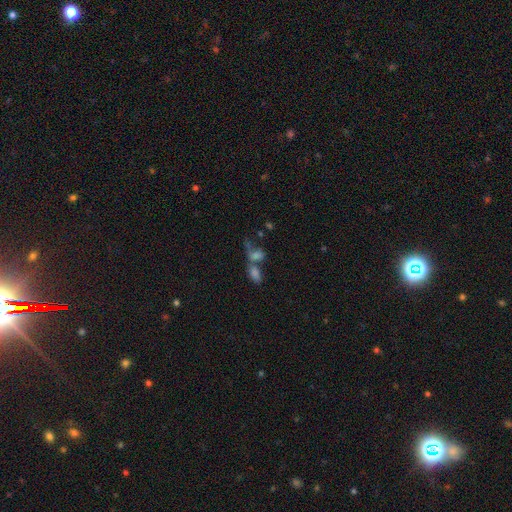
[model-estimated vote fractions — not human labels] This appears to be a smooth galaxy with no disk features (65%) that is in between round and cigar-shaped (82%). Merging: merger (62%).